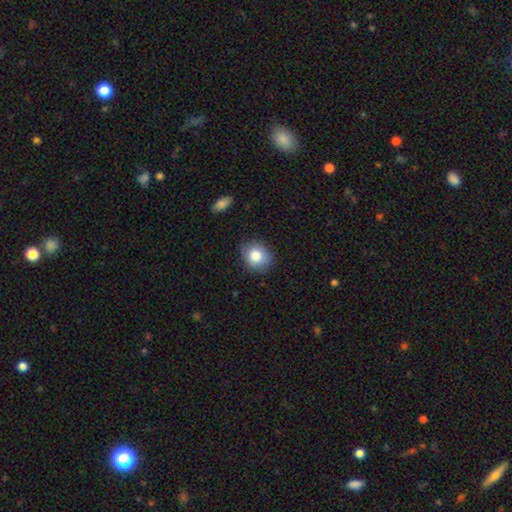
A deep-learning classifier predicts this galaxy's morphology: smooth-or-featured: smooth: 83% | featured or disk: 9% | star or artifact: 8%
  how-rounded: round: 64% | in between: 35% | cigar-shaped: 1%
  merging: none: 78% | minor disturbance: 17% | major disturbance: 3% | merger: 1%